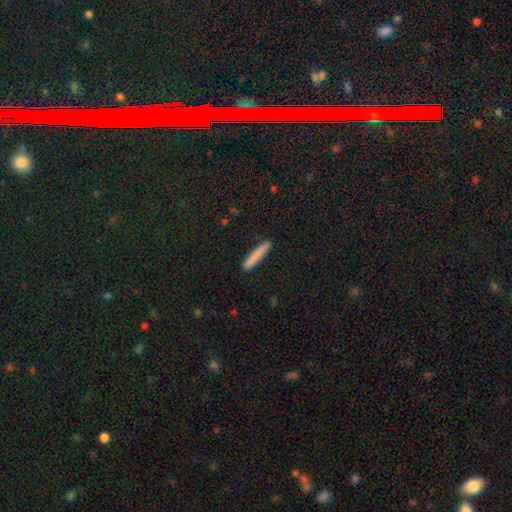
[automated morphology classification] The model was most divided on "smooth or featured": smooth: 83%, featured or disk: 11%, star or artifact: 6%. More confident: how rounded — cigar-shaped (94%); merging — none (90%).